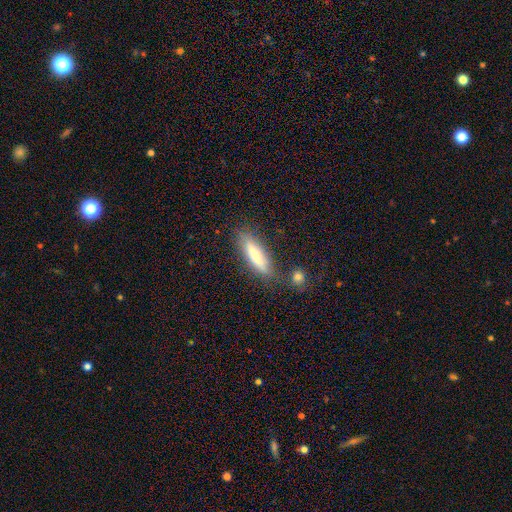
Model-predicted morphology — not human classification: Smooth or featured? smooth (75%)
How rounded? cigar-shaped (71%)
Merging? none (74%)